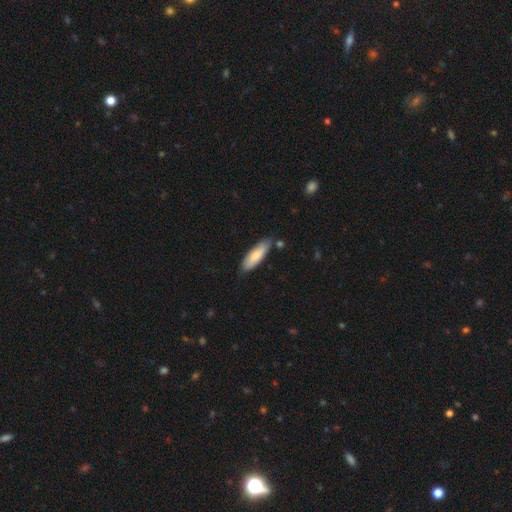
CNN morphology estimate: type=smooth (79%); roundness=cigar-shaped (51%); merging=none (78%).